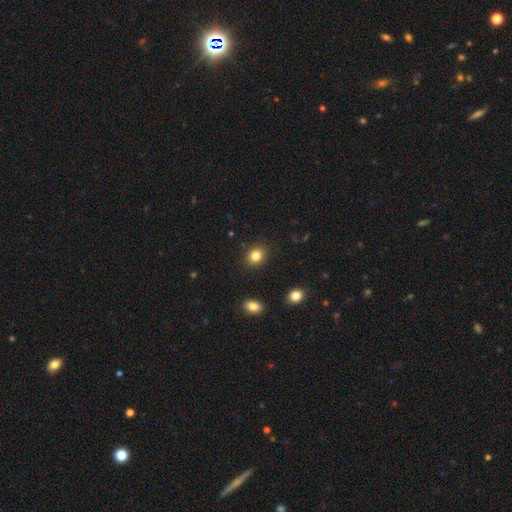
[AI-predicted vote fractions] A smooth galaxy with no disk features (83%) that is round (54%). Merging: none (89%).